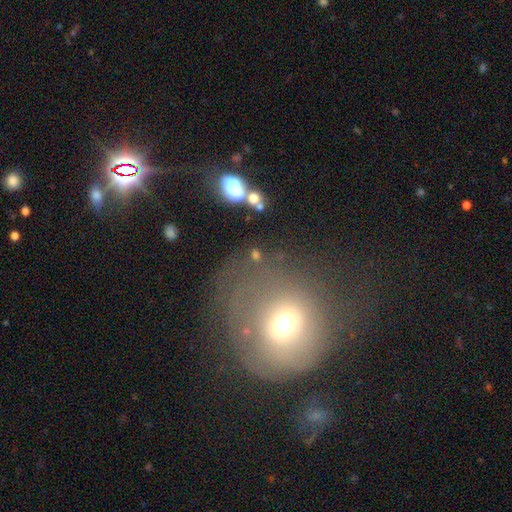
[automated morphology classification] smooth-or-featured: smooth: 58% | star or artifact: 23% | featured or disk: 18%
  how-rounded: round: 56% | in between: 40% | cigar-shaped: 4%
  merging: none: 54% | merger: 19% | minor disturbance: 14% | major disturbance: 13%